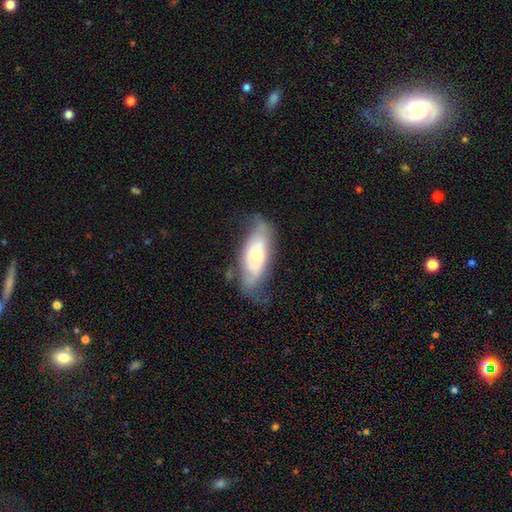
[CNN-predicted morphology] Smooth or featured?
  - featured or disk: 49% *
  - smooth: 44%
  - star or artifact: 6%
Merging?
  - none: 59% *
  - minor disturbance: 28%
  - major disturbance: 10%
  - merger: 3%